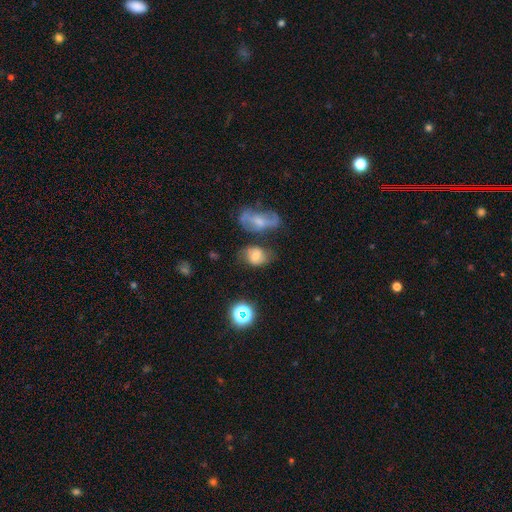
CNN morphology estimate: This is possibly a smooth galaxy (57%). How rounded: likely in between (67%). Merging: possibly none (54%).